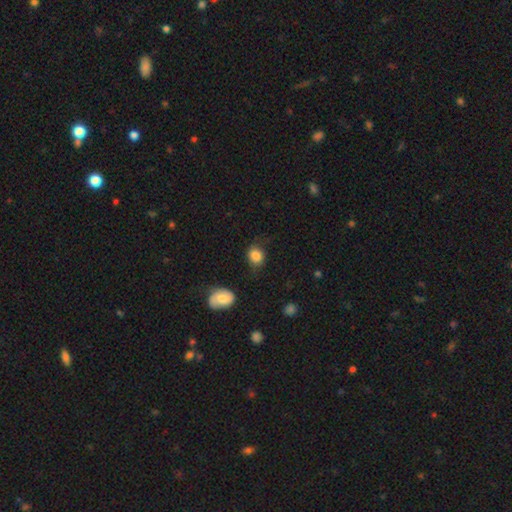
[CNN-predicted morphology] type=smooth (85%); roundness=round (64%); merging=none (70%).